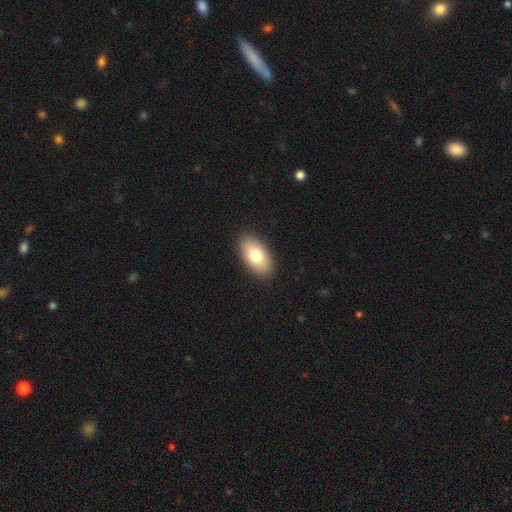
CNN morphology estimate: The model was most divided on "smooth or featured": smooth: 77%, featured or disk: 17%, star or artifact: 7%. More confident: how rounded — in between (93%); merging — none (89%).